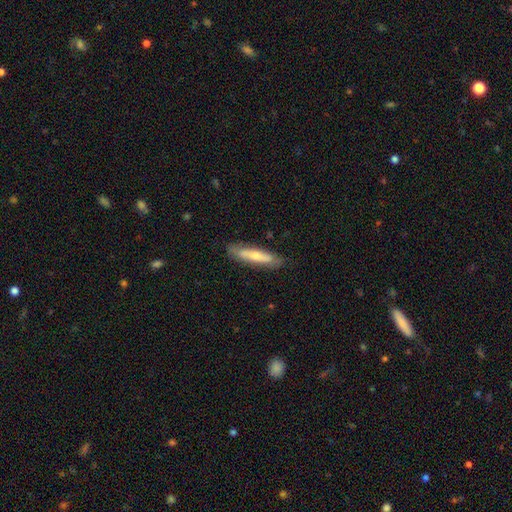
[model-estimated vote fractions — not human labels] smooth 54%, featured or disk 40%, star or artifact 6%. Down the decision tree: how rounded — cigar-shaped (82%); merging — none (81%).